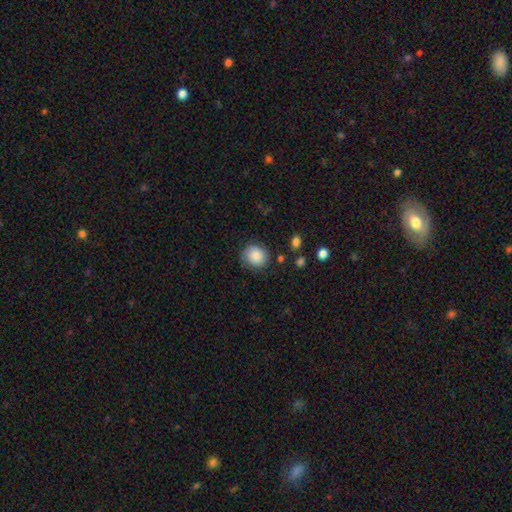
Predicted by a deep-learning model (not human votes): Smooth or featured?
  - smooth: 86% *
  - star or artifact: 8%
  - featured or disk: 6%
How rounded?
  - round: 79% *
  - in between: 20%
  - cigar-shaped: 1%
Merging?
  - none: 82% *
  - minor disturbance: 13%
  - major disturbance: 3%
  - merger: 2%